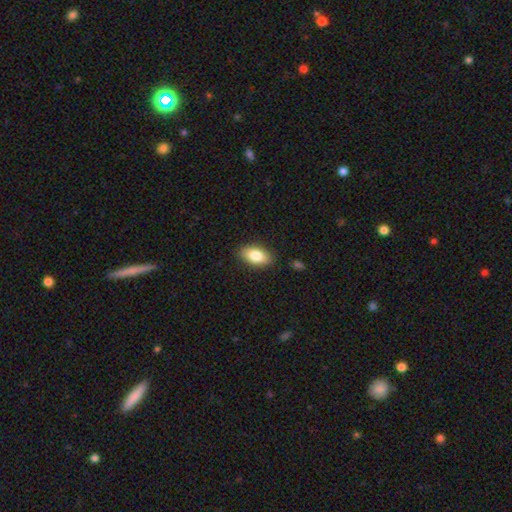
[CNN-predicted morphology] Q: Smooth or featured?
A: smooth (83%); runner-up: featured or disk (10%)
Q: How rounded?
A: in between (91%); runner-up: cigar-shaped (5%)
Q: Merging?
A: none (87%); runner-up: minor disturbance (10%)